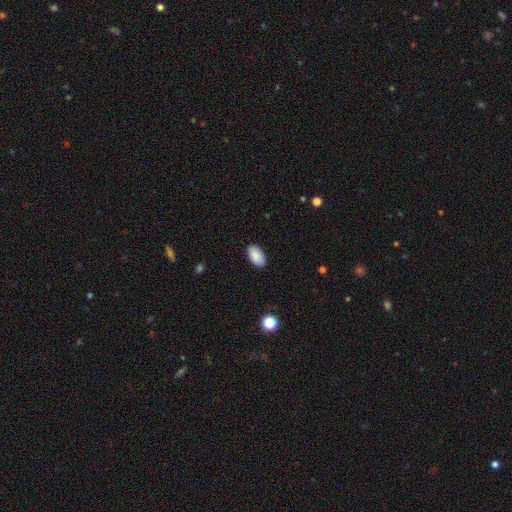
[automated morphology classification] This appears to be a smooth galaxy with no disk features (88%) that is in between round and cigar-shaped (95%). Merging: none (88%).